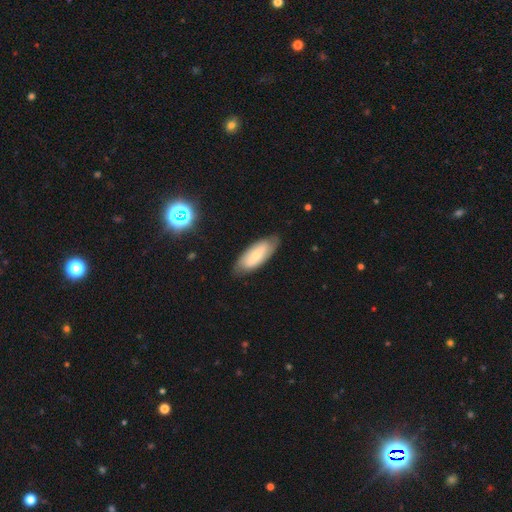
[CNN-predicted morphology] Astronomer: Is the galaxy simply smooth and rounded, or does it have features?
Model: smooth — 51% (runner-up: featured or disk, 43%).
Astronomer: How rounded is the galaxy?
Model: in between — 80%.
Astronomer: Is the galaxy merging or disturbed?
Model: none — 80%.